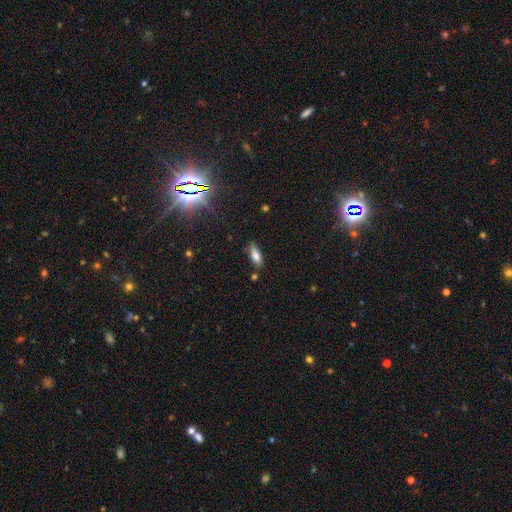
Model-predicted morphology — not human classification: Q: Smooth or featured?
A: smooth (79%); runner-up: featured or disk (13%)
Q: How rounded?
A: in between (66%); runner-up: cigar-shaped (32%)
Q: Merging?
A: none (80%); runner-up: minor disturbance (14%)